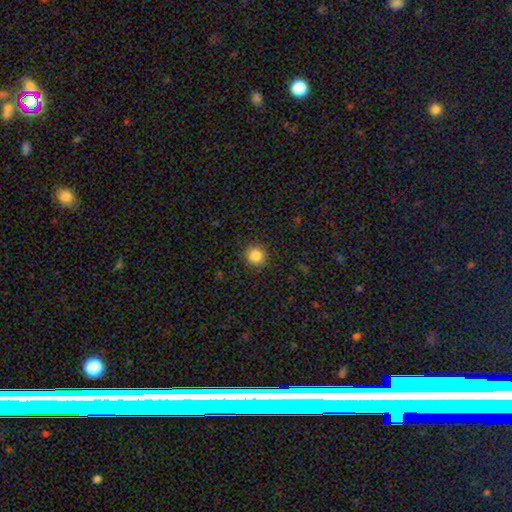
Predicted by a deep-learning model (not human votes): Overall: smooth (85%). How rounded: round (93%). Merging: none (91%).